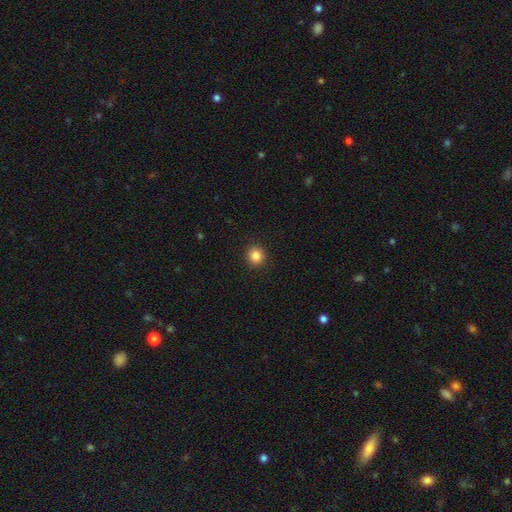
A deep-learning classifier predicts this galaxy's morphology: The model was most divided on "smooth or featured": smooth: 85%, star or artifact: 11%, featured or disk: 4%. More confident: how rounded — round (92%); merging — none (92%).